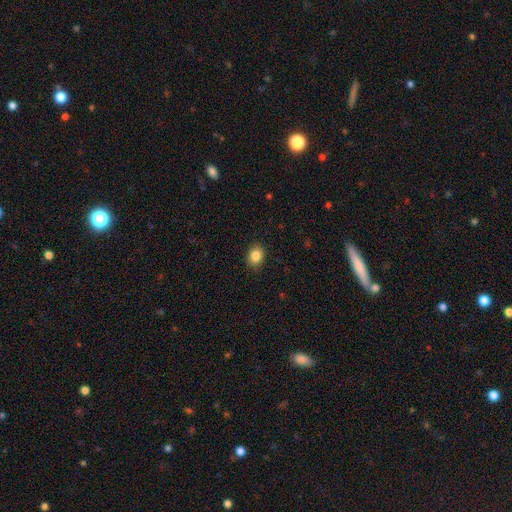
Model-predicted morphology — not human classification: smooth-or-featured: smooth: 86% | star or artifact: 9% | featured or disk: 5%
  how-rounded: in between: 50% | round: 49% | cigar-shaped: 1%
  merging: none: 89% | minor disturbance: 8% | major disturbance: 2% | merger: 1%